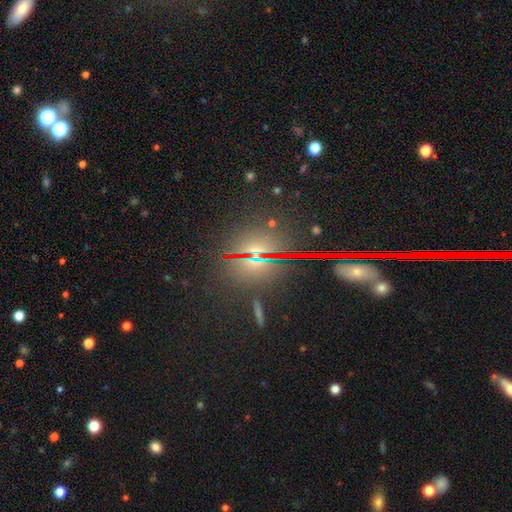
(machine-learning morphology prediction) type=star or artifact (63%).